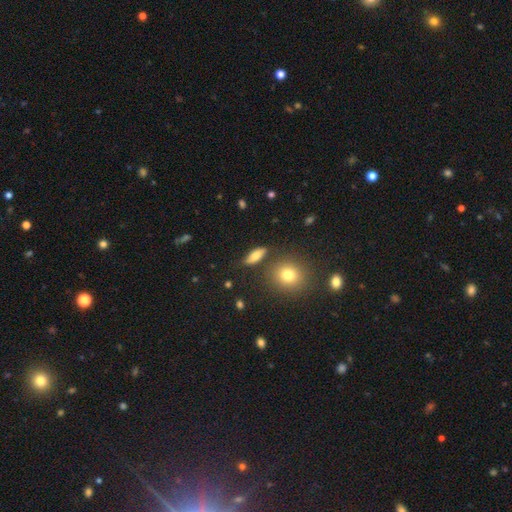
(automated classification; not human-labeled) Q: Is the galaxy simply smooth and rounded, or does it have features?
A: smooth — 70%.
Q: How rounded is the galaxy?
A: in between — 61%.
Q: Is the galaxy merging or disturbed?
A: none — 77%.